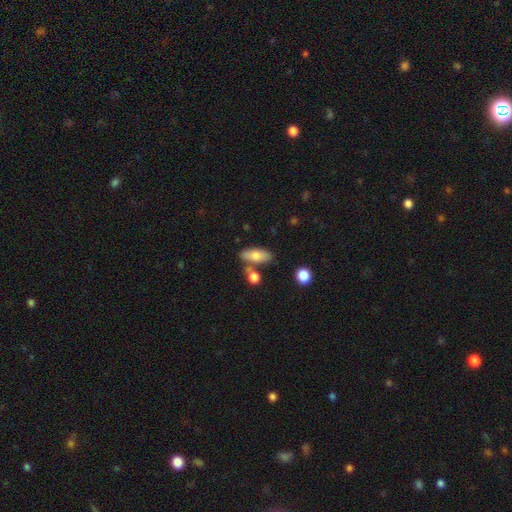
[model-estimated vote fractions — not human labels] smooth_or_featured: smooth (p=0.76) [alt: featured or disk p=0.17]
how_rounded: in between (p=0.78) [alt: cigar-shaped p=0.19]
merging: none (p=0.70) [alt: merger p=0.14]